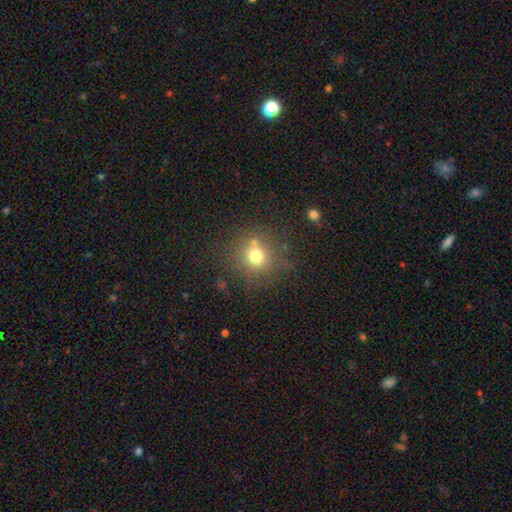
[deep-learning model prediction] smooth_or_featured: smooth (p=0.71) [alt: star or artifact p=0.18]
how_rounded: round (p=0.90) [alt: in between p=0.09]
merging: none (p=0.77) [alt: minor disturbance p=0.11]